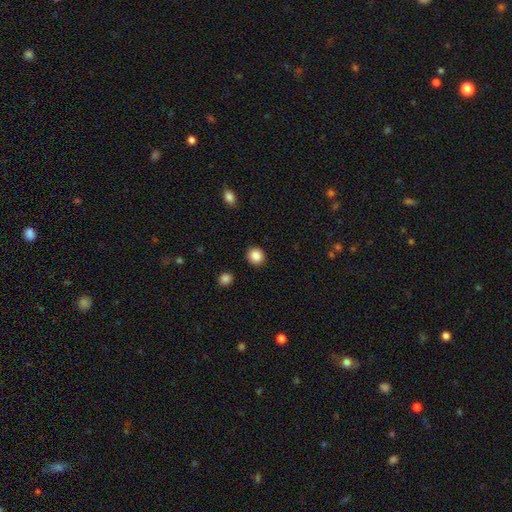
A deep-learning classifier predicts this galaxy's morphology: This is clearly a smooth galaxy (87%). How rounded: clearly round (89%). Merging: clearly none (91%).